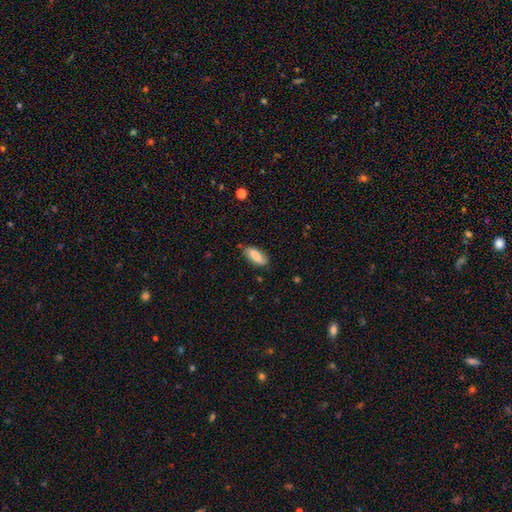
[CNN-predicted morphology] Overall: smooth (74%). How rounded: in between (81%). Merging: none (78%).